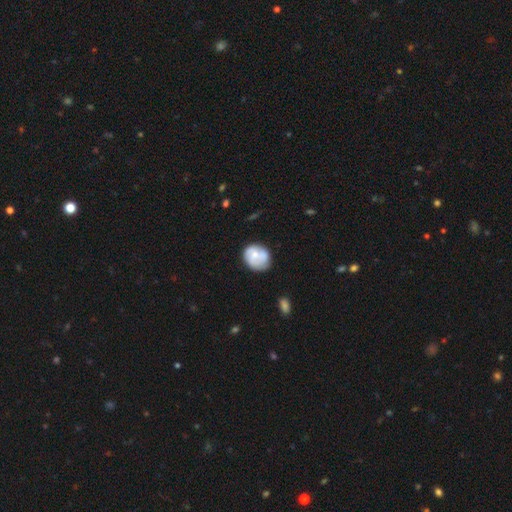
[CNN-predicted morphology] This appears to be a smooth galaxy with no disk features (50%) that is round (70%). Merging: none (63%).